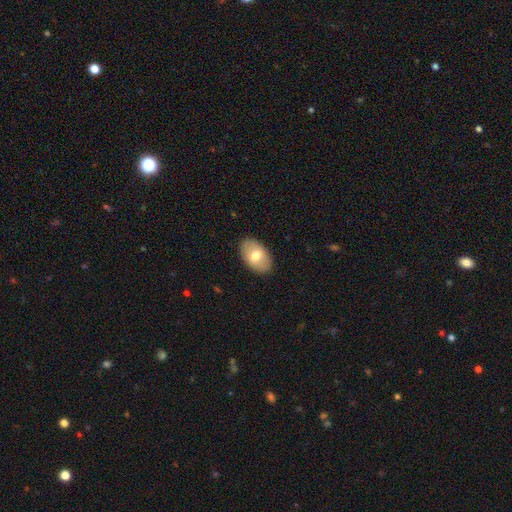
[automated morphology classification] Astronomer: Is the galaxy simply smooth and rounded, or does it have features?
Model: smooth — 70%.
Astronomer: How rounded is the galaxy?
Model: in between — 91%.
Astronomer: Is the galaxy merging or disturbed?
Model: none — 88%.